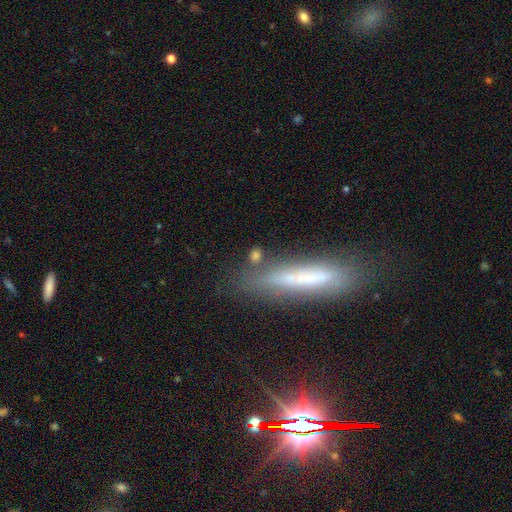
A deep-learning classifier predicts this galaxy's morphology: The model was most divided on "how rounded": in between: 43%, cigar-shaped: 40%, round: 17%. More confident: merging — none (65%); smooth or featured — smooth (62%).